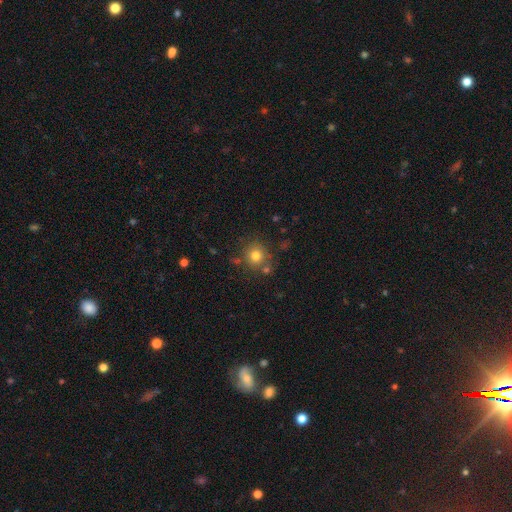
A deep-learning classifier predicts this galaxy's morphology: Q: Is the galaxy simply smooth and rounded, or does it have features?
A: smooth — 77%.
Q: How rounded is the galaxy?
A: round — 88%.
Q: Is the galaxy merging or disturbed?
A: none — 76%.